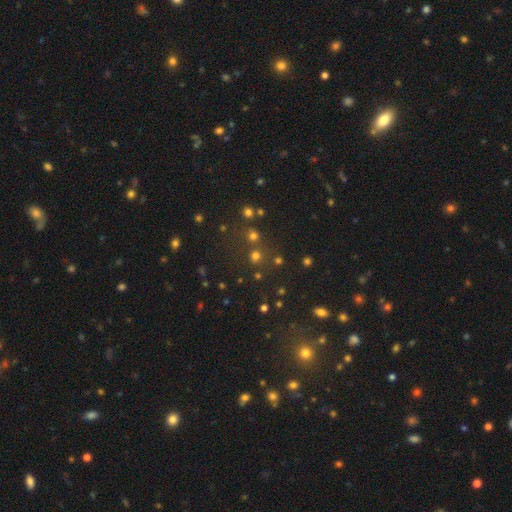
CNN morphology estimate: Q: Smooth or featured?
A: smooth (50%); runner-up: star or artifact (42%)
Q: How rounded?
A: round (90%); runner-up: in between (9%)
Q: Merging?
A: none (76%); runner-up: merger (13%)